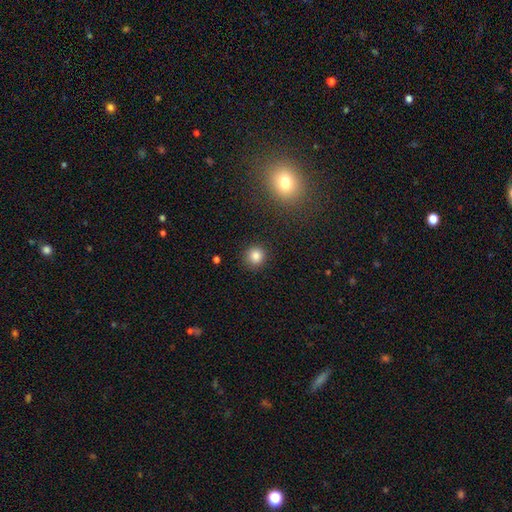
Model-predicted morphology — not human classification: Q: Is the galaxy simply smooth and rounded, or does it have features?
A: smooth — 84%.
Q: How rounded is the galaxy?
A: round — 92%.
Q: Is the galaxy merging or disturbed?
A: none — 89%.